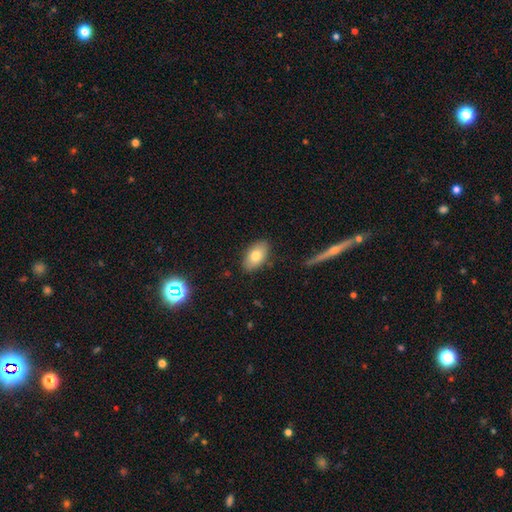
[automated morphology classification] Smooth or featured: smooth — 77% (featured or disk — 16%)
How rounded: in between — 92% (round — 6%)
Merging: none — 84% (minor disturbance — 11%)